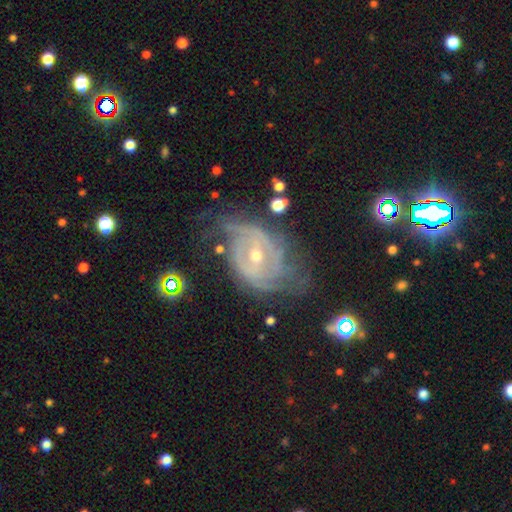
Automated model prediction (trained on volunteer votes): A featured or disk galaxy (83%) with no bar (42%), tight (57%) spiral arms (89%) and a small central bulge (55%).

Vote fractions:
- Smooth or featured? featured or disk: 83% / smooth: 9% / star or artifact: 9%
- Edge-on disk? no: 96% / yes: 4%
- Bar? no: 42% / weak: 41% / strong: 18%
- Spiral arms? yes: 89% / no: 11%
- Spiral winding? tight: 57% / medium: 31% / loose: 12%
- Spiral arm count? can't tell: 42% / 2: 31% / 3: 12% / 4: 6% / 1: 5% / more than 4: 4%
- Bulge size? small: 55% / moderate: 42% / large: 1% / none: 1% / dominant: 1%
- Merging? none: 50% / minor disturbance: 26% / major disturbance: 21% / merger: 3%